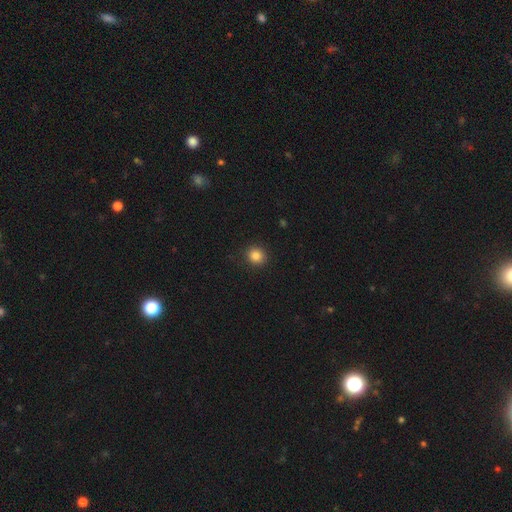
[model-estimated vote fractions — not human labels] Smooth or featured?
  - smooth: 84% *
  - star or artifact: 11%
  - featured or disk: 5%
How rounded?
  - round: 88% *
  - in between: 11%
  - cigar-shaped: 1%
Merging?
  - none: 90% *
  - minor disturbance: 7%
  - major disturbance: 2%
  - merger: 1%